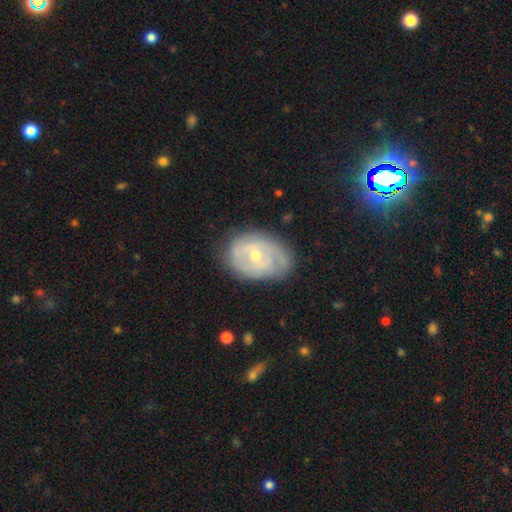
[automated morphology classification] Smooth or featured?
  - featured or disk: 71% *
  - smooth: 23%
  - star or artifact: 6%
Edge-on disk?
  - no: 96% *
  - yes: 4%
Bar?
  - no: 53% *
  - weak: 39%
  - strong: 8%
Spiral arms?
  - yes: 78% *
  - no: 22%
Spiral winding?
  - tight: 63% *
  - medium: 27%
  - loose: 10%
Spiral arm count?
  - can't tell: 41% *
  - 2: 37%
  - 3: 9%
  - 1: 8%
  - 4: 3%
  - more than 4: 3%
Bulge size?
  - moderate: 49% *
  - small: 47%
  - large: 2%
  - none: 1%
  - dominant: 1%
Merging?
  - none: 72% *
  - minor disturbance: 20%
  - major disturbance: 6%
  - merger: 1%